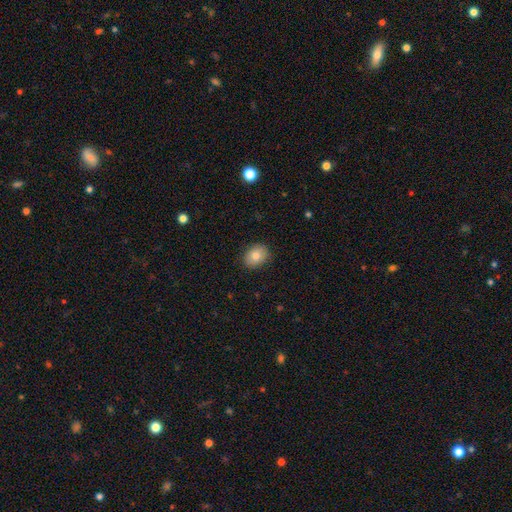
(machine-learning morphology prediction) The model was most divided on "how rounded": in between: 62%, round: 37%, cigar-shaped: 1%. More confident: merging — none (86%); smooth or featured — smooth (81%).